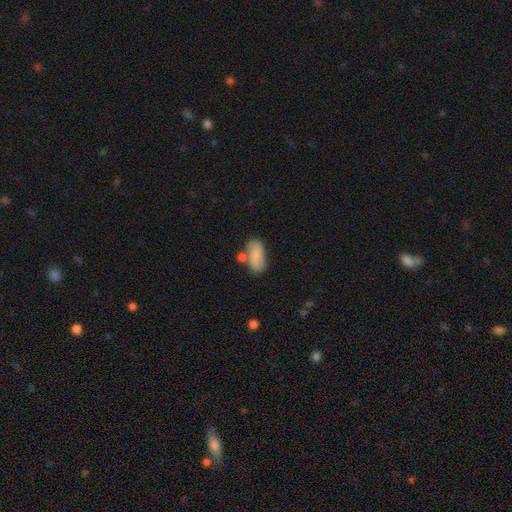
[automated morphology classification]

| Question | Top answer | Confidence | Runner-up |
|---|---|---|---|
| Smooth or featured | smooth | 78% | featured or disk (14%) |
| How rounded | in between | 89% | cigar-shaped (6%) |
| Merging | none | 53% | merger (22%) |